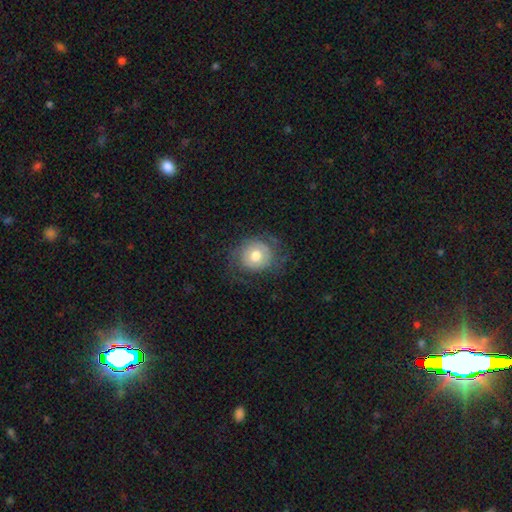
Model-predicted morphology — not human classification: Q: Smooth or featured?
A: smooth (48%); runner-up: featured or disk (43%)
Q: Merging?
A: none (66%); runner-up: minor disturbance (19%)